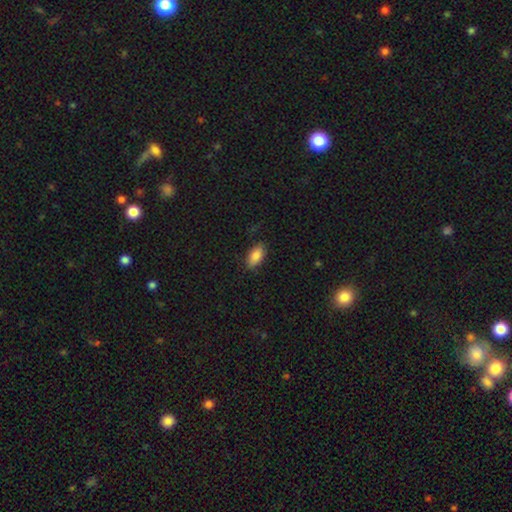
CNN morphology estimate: smooth_or_featured: smooth (p=0.85) [alt: featured or disk p=0.08]
how_rounded: in between (p=0.90) [alt: cigar-shaped p=0.07]
merging: none (p=0.79) [alt: minor disturbance p=0.16]